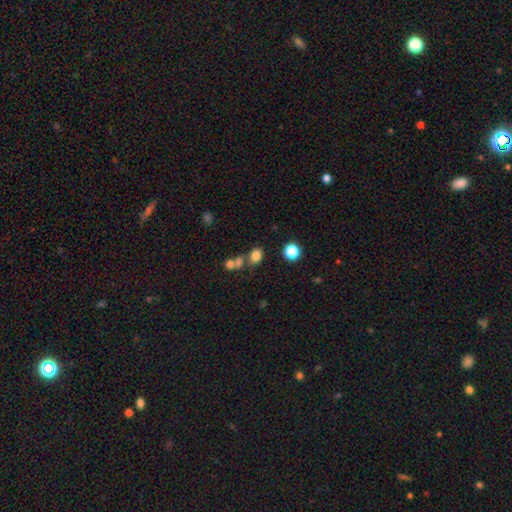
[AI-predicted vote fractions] smooth_or_featured: smooth (p=0.77) [alt: star or artifact p=0.15]
how_rounded: in between (p=0.59) [alt: round p=0.39]
merging: none (p=0.58) [alt: merger p=0.25]